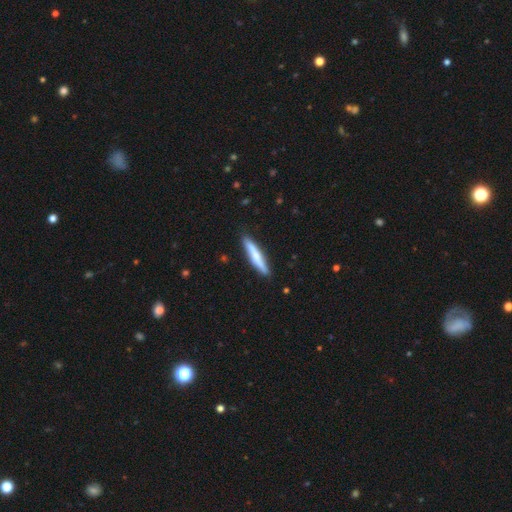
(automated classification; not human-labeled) Smooth or featured? Predicted: smooth (p=0.65). How rounded? Predicted: cigar-shaped (p=0.93). Merging? Predicted: none (p=0.88).